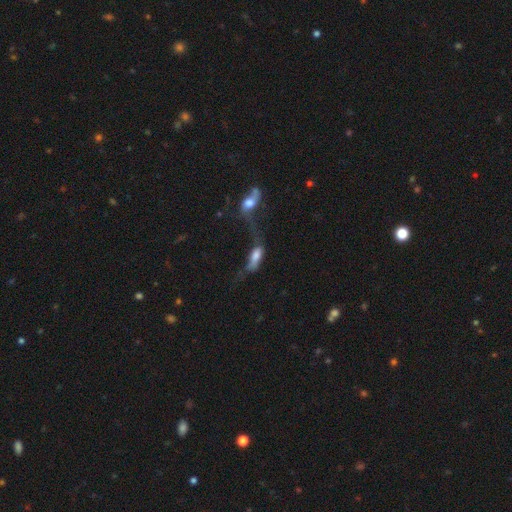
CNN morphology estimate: smooth-or-featured: smooth: 60% | featured or disk: 29% | star or artifact: 11%
  how-rounded: in between: 72% | cigar-shaped: 24% | round: 4%
  merging: merger: 55% | major disturbance: 22% | none: 12% | minor disturbance: 10%